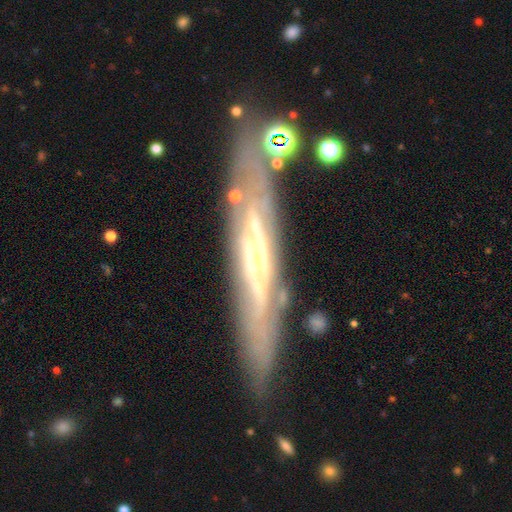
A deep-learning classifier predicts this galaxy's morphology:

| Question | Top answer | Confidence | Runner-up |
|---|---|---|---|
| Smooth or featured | featured or disk | 81% | smooth (12%) |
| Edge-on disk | yes | 60% | no (40%) |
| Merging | none | 78% | minor disturbance (14%) |